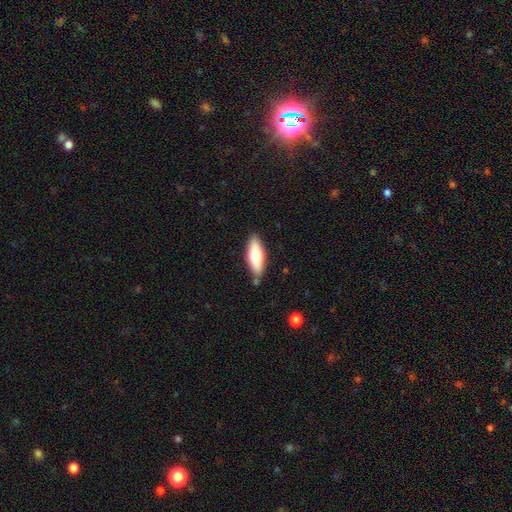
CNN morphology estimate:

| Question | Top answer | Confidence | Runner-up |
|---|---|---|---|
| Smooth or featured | smooth | 68% | featured or disk (26%) |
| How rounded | in between | 64% | cigar-shaped (34%) |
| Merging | none | 81% | minor disturbance (14%) |